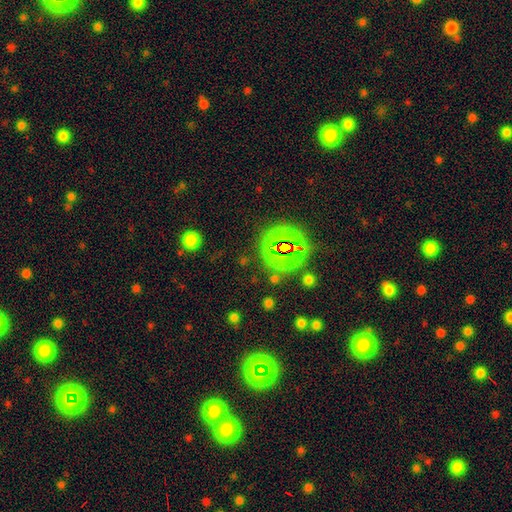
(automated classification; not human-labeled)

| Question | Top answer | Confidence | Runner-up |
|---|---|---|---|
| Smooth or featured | star or artifact | 68% | smooth (21%) |